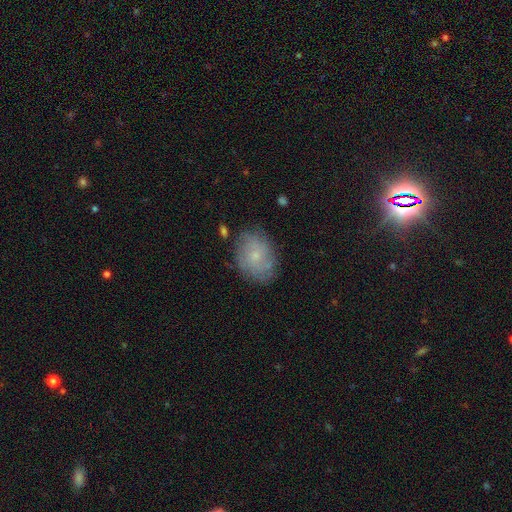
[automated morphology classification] A smooth galaxy with no disk features (53%) that is in between round and cigar-shaped (67%). Merging: none (75%).